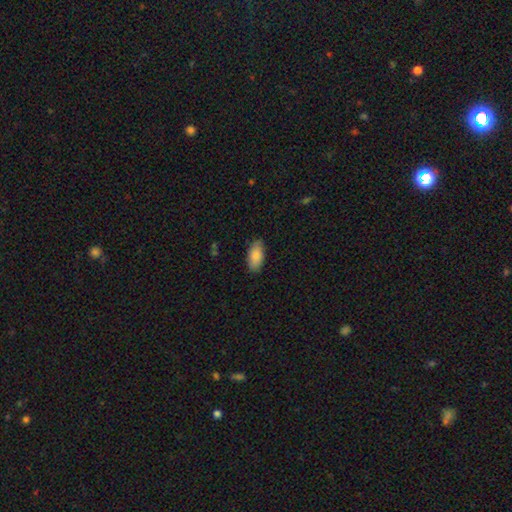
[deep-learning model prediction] Overall: smooth (86%). How rounded: in between (92%). Merging: none (83%).